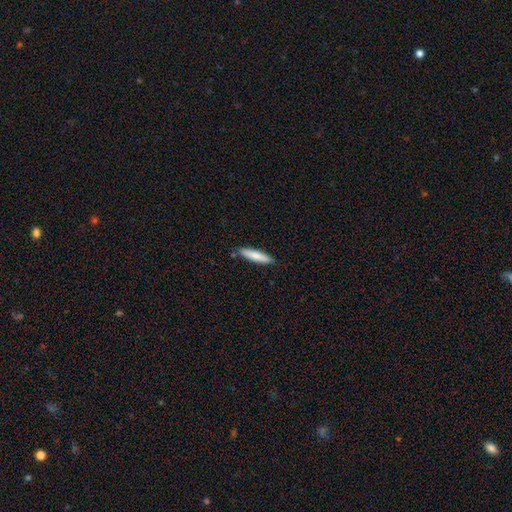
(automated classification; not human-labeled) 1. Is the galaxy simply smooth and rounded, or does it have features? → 79% smooth, 16% featured or disk, 5% star or artifact.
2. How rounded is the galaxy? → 82% cigar-shaped, 17% in between, 1% round.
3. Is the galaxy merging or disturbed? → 86% none, 10% minor disturbance, 2% merger, 2% major disturbance.